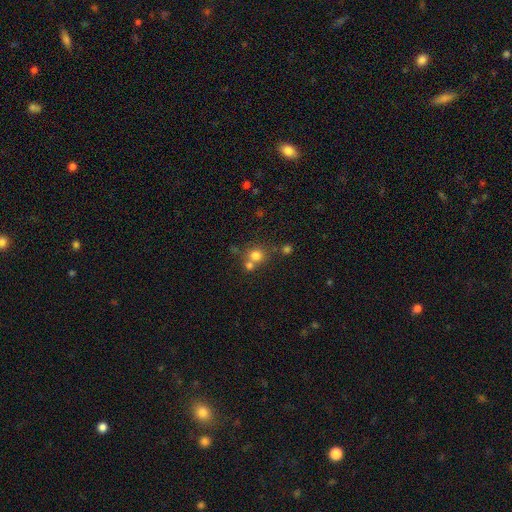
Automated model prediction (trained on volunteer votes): The model was most divided on "merging": none: 55%, merger: 33%, minor disturbance: 8%, major disturbance: 4%. More confident: how rounded — round (88%); smooth or featured — smooth (75%).